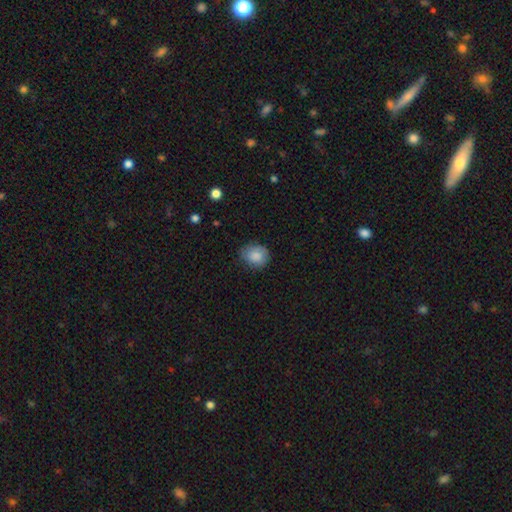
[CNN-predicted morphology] Smooth or featured? Predicted: smooth (p=0.85). How rounded? Predicted: round (p=0.63). Merging? Predicted: none (p=0.70).